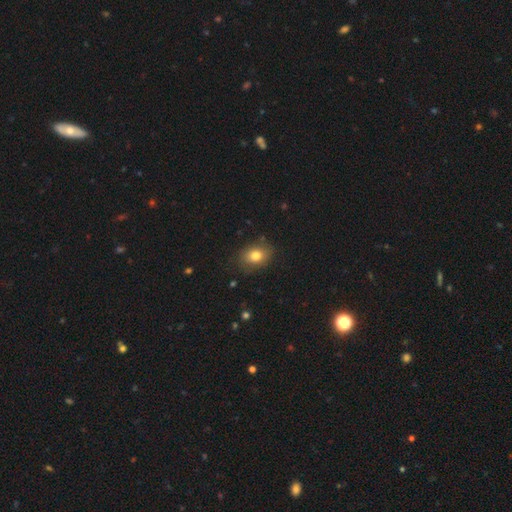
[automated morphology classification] Smooth or featured? Predicted: smooth (p=0.79). How rounded? Predicted: in between (p=0.66). Merging? Predicted: none (p=0.82).